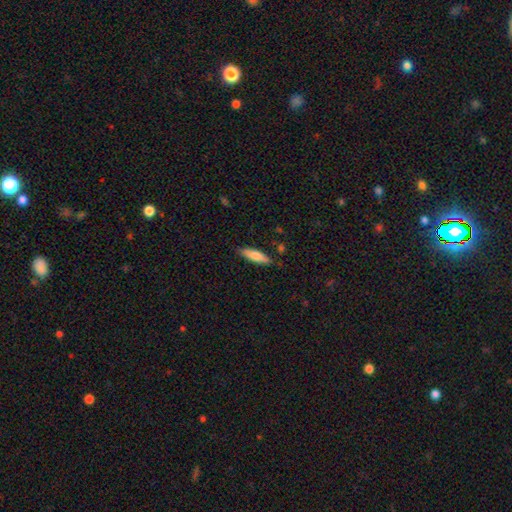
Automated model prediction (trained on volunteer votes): Smooth or featured: smooth — 75% (featured or disk — 19%)
How rounded: cigar-shaped — 65% (in between — 33%)
Merging: none — 85% (minor disturbance — 12%)